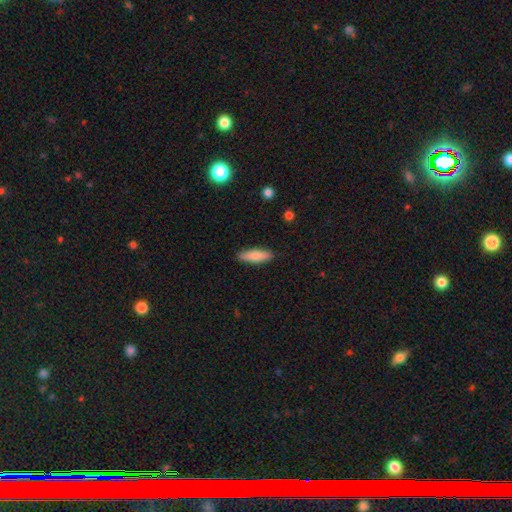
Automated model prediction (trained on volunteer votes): Smooth or featured: smooth — 81% (featured or disk — 13%)
How rounded: cigar-shaped — 51% (in between — 48%)
Merging: none — 88% (minor disturbance — 9%)